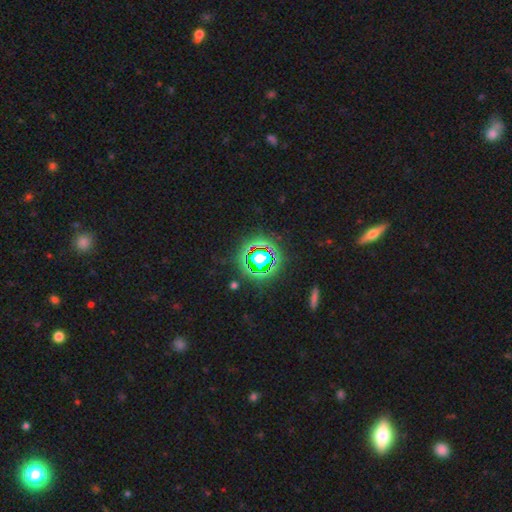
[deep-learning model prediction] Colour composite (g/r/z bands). It shows a star or artifact, not a galaxy (70%).